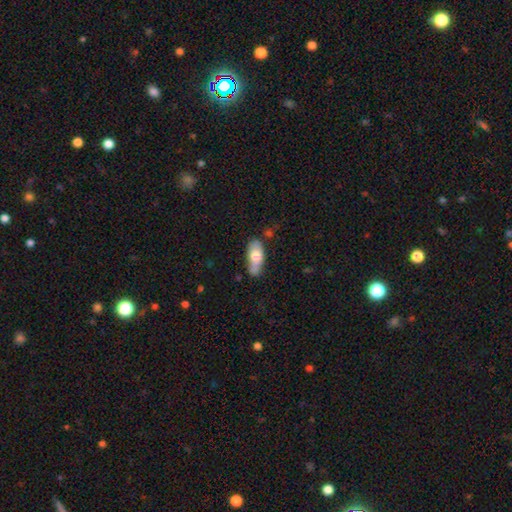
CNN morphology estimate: A smooth galaxy with no disk features (72%) that is in between round and cigar-shaped (84%). Merging: none (49%).